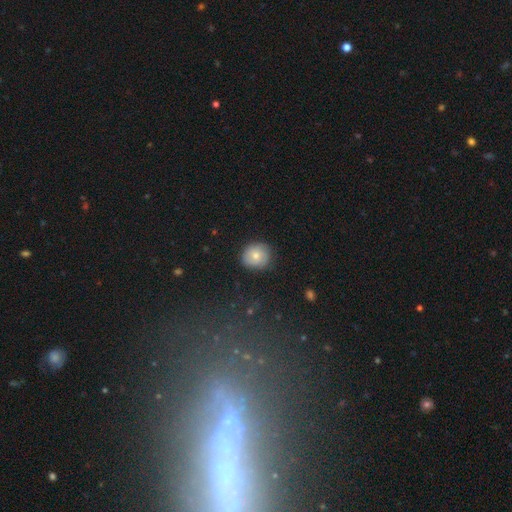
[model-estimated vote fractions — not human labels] A smooth galaxy with no disk features (68%) that is round (81%).

Vote fractions:
- Smooth or featured? smooth: 68% / featured or disk: 23% / star or artifact: 9%
- How rounded? round: 81% / in between: 18% / cigar-shaped: 1%
- Merging? none: 82% / minor disturbance: 14% / major disturbance: 3% / merger: 1%